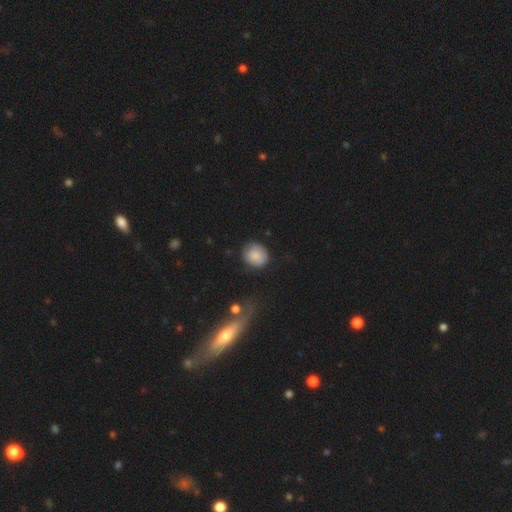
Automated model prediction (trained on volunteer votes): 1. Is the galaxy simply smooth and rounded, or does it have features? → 85% smooth, 7% star or artifact, 7% featured or disk.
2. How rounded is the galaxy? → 76% round, 23% in between, 1% cigar-shaped.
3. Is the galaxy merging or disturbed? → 75% none, 18% minor disturbance, 5% major disturbance, 2% merger.